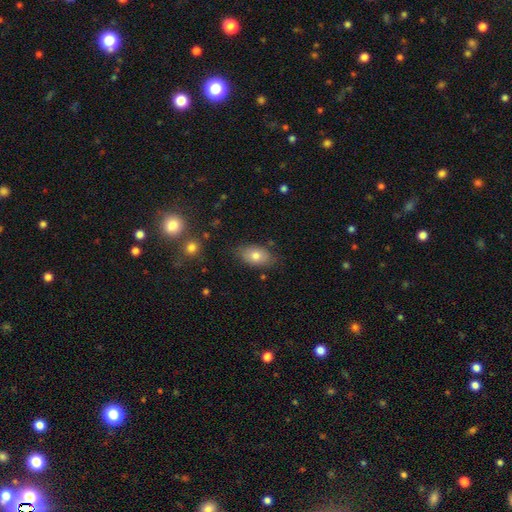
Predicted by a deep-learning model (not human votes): This is likely a smooth galaxy (76%). How rounded: clearly in between (89%). Merging: likely none (79%).